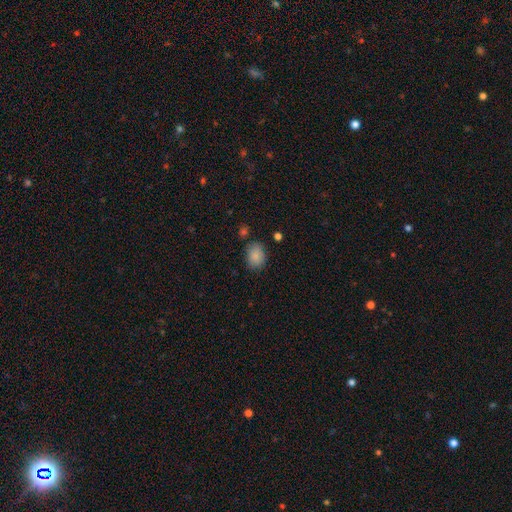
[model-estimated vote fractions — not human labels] This is clearly a smooth galaxy (87%). How rounded: likely in between (64%). Merging: likely none (77%).